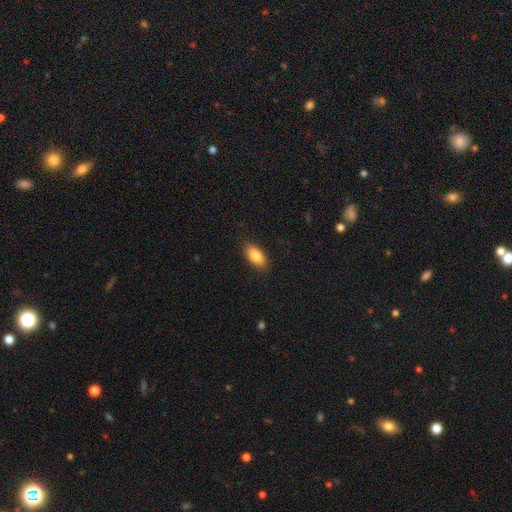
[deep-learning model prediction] This is clearly a smooth galaxy (85%). How rounded: clearly in between (90%). Merging: clearly none (87%).